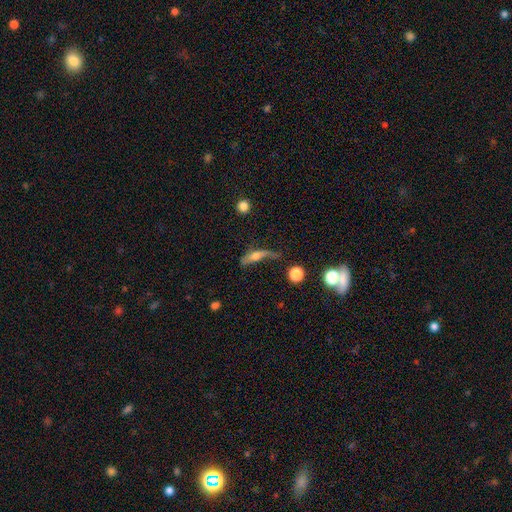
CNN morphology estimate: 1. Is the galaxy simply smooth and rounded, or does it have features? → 47% featured or disk, 43% smooth, 10% star or artifact.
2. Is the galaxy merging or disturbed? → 36% none, 30% major disturbance, 28% minor disturbance, 6% merger.